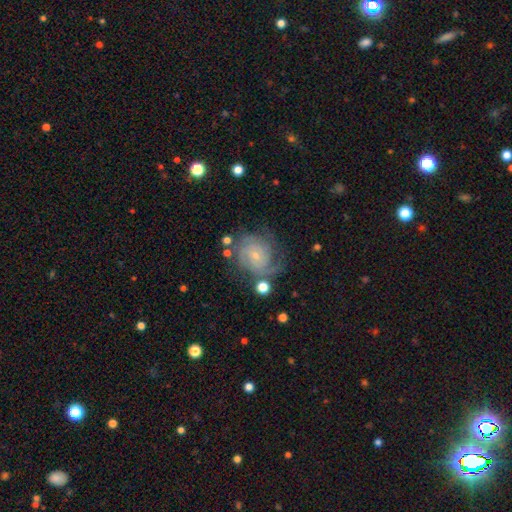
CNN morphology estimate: Smooth or featured: featured or disk — 77% (smooth — 15%)
Edge-on disk: no — 98% (yes — 2%)
Bar: no — 72% (weak — 24%)
Spiral arms: yes — 93% (no — 7%)
Spiral winding: tight — 59% (medium — 30%)
Spiral arm count: can't tell — 34% (2 — 26%)
Bulge size: small — 78% (moderate — 17%)
Merging: none — 60% (minor disturbance — 21%)